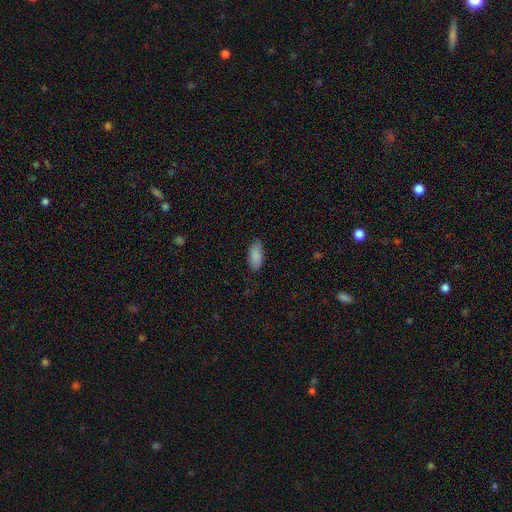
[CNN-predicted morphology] smooth_or_featured: smooth (p=0.88) [alt: star or artifact p=0.07]
how_rounded: in between (p=0.91) [alt: cigar-shaped p=0.07]
merging: none (p=0.82) [alt: minor disturbance p=0.14]